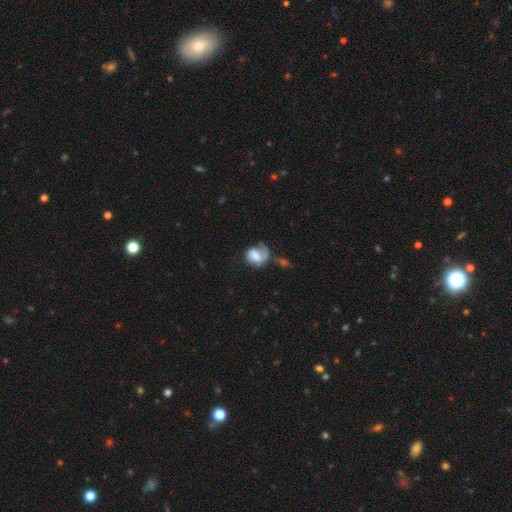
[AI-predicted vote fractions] This appears to be a featured or disk galaxy (54%) with no bar (47%), spiral arms (84%) and a moderate central bulge (30%). Merging: none (38%).